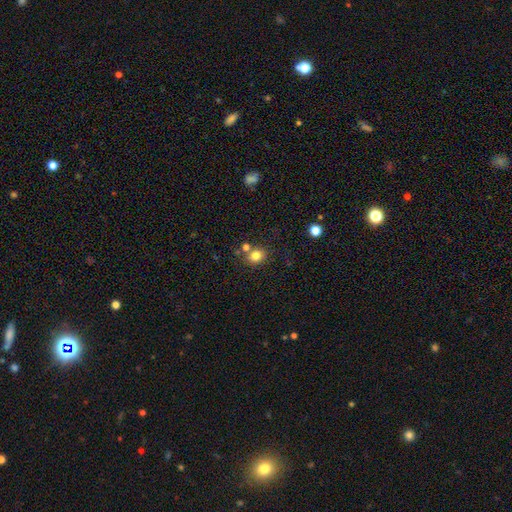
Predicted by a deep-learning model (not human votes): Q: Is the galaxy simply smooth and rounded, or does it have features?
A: smooth — 80%.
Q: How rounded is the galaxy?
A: round — 69%.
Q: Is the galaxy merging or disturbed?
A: none — 71%.